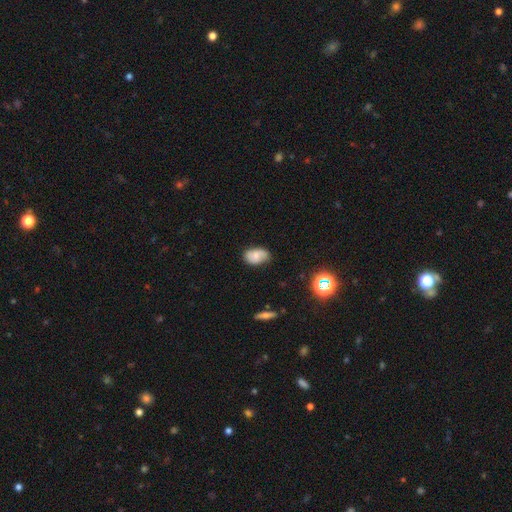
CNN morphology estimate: smooth 58%, featured or disk 33%, star or artifact 10%. Down the decision tree: how rounded — in between (87%); merging — none (72%).